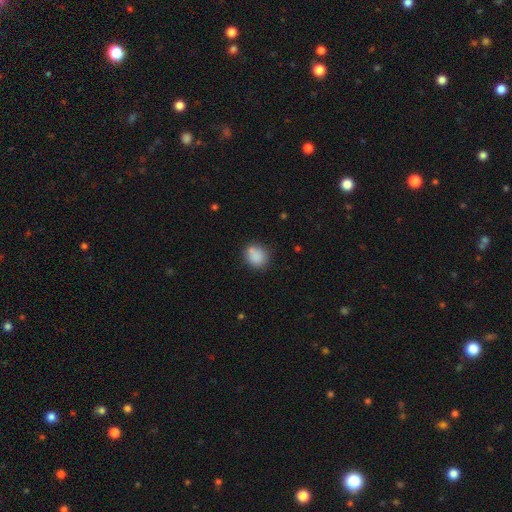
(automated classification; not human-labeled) Smooth or featured? smooth (85%)
How rounded? round (63%)
Merging? none (71%)